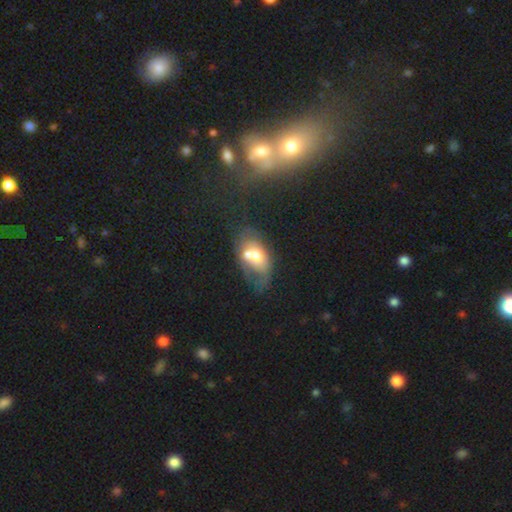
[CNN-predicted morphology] Q: Smooth or featured?
A: smooth (49%); runner-up: featured or disk (40%)
Q: Merging?
A: merger (46%); runner-up: none (25%)